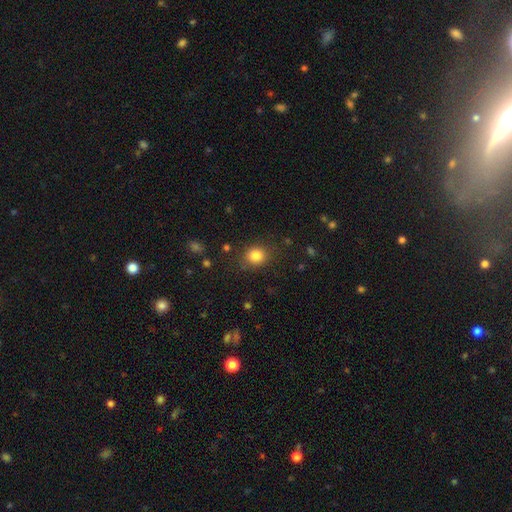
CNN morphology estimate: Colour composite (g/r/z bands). It shows a smooth galaxy with no disk features (83%) that is round (76%). Merging: none (83%).